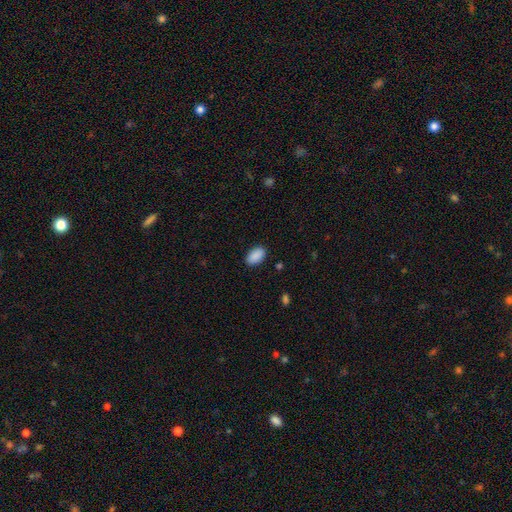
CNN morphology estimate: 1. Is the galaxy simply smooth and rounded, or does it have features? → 91% smooth, 7% star or artifact, 3% featured or disk.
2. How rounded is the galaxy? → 94% in between, 5% round, 2% cigar-shaped.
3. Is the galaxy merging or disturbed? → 88% none, 9% minor disturbance, 2% major disturbance, 1% merger.